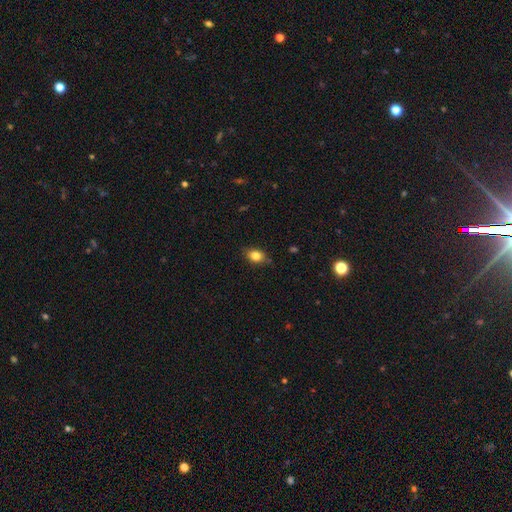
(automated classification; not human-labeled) A smooth galaxy with no disk features (83%) that is in between round and cigar-shaped (69%).

Vote fractions:
- Smooth or featured? smooth: 83% / star or artifact: 10% / featured or disk: 8%
- How rounded? in between: 69% / round: 29% / cigar-shaped: 2%
- Merging? none: 79% / minor disturbance: 16% / major disturbance: 3% / merger: 1%